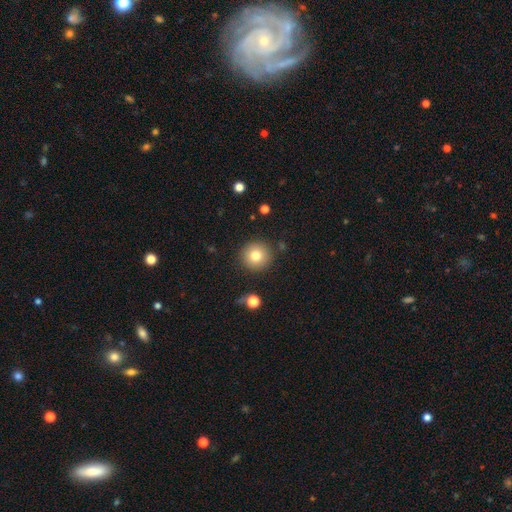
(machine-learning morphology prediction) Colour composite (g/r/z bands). It shows a smooth galaxy with no disk features (79%) that is round (95%). Merging: none (89%).